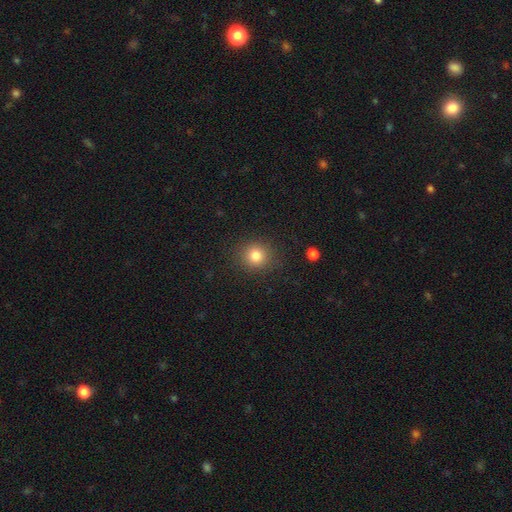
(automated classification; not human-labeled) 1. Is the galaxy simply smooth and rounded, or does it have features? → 83% smooth, 12% star or artifact, 6% featured or disk.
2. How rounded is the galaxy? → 87% round, 12% in between, 1% cigar-shaped.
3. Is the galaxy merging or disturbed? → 88% none, 8% minor disturbance, 3% major disturbance, 1% merger.